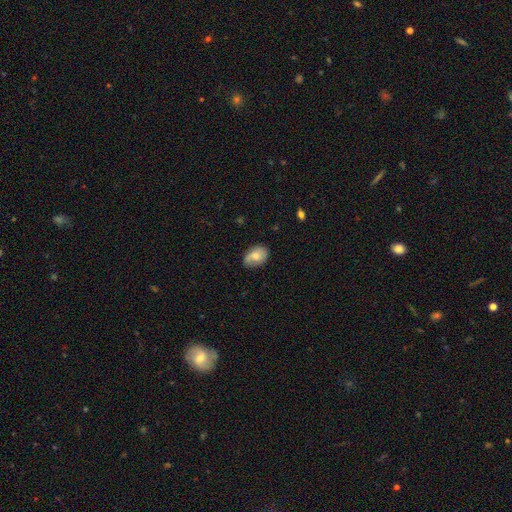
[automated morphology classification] smooth 66%, featured or disk 27%, star or artifact 7%. Down the decision tree: how rounded — in between (85%); merging — none (68%).